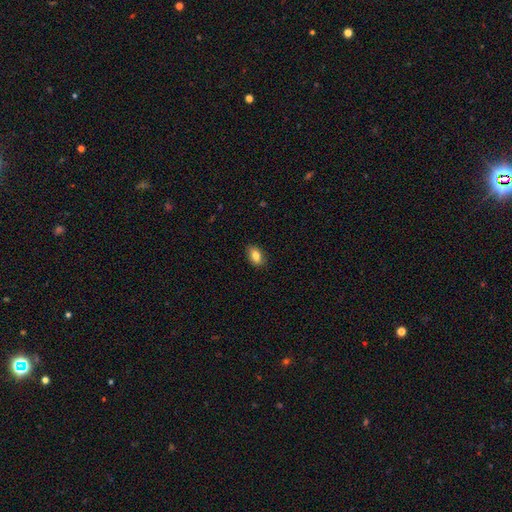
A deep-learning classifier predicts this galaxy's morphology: Smooth or featured?
  - smooth: 83% *
  - featured or disk: 9%
  - star or artifact: 8%
How rounded?
  - in between: 88% *
  - round: 9%
  - cigar-shaped: 3%
Merging?
  - none: 87% *
  - minor disturbance: 10%
  - major disturbance: 2%
  - merger: 1%